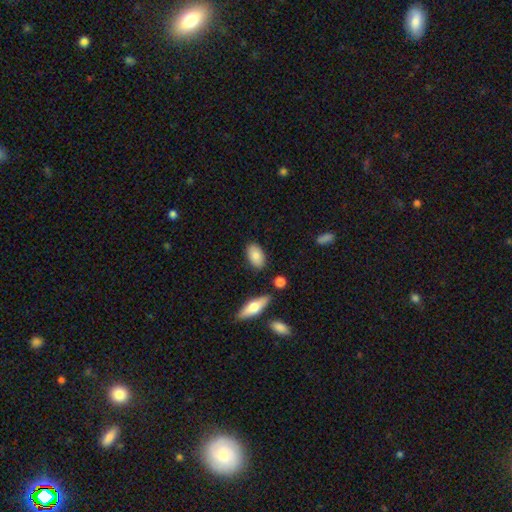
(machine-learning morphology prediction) This is clearly a smooth galaxy (83%). How rounded: clearly in between (92%). Merging: clearly none (84%).